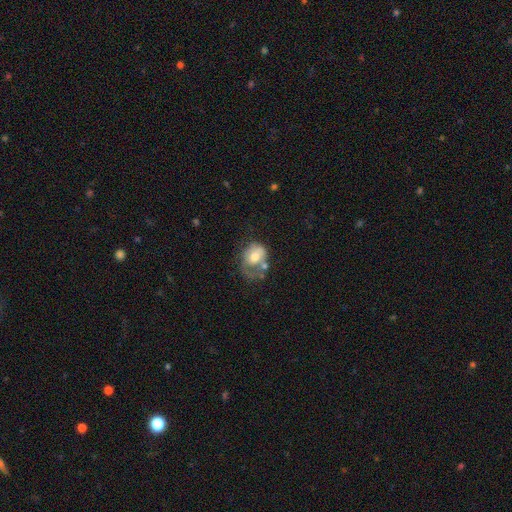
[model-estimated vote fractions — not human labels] Q: Smooth or featured?
A: smooth (54%); runner-up: featured or disk (38%)
Q: How rounded?
A: in between (54%); runner-up: round (46%)
Q: Merging?
A: major disturbance (36%); runner-up: none (25%)